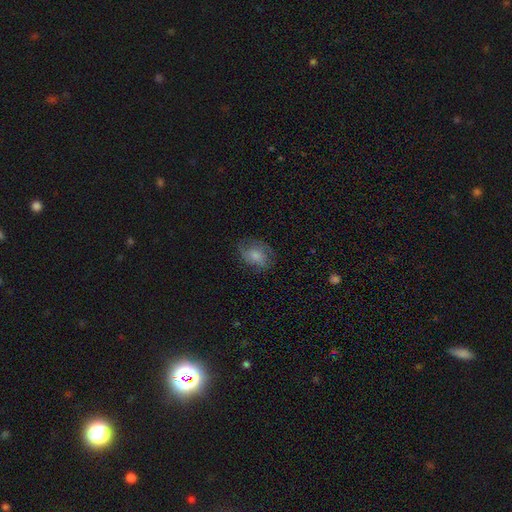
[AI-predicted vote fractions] Smooth or featured: smooth — 57% (featured or disk — 34%)
How rounded: in between — 60% (round — 39%)
Merging: none — 63% (minor disturbance — 23%)